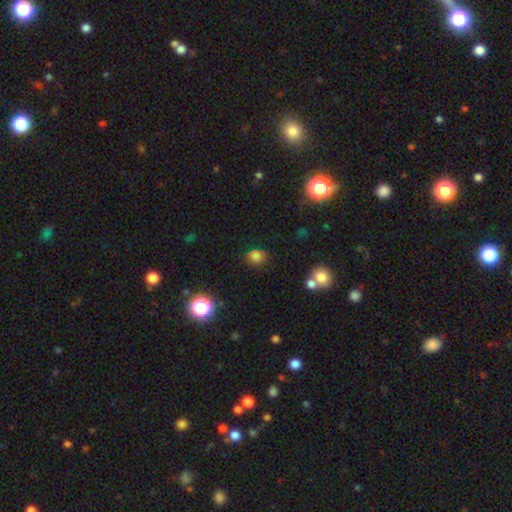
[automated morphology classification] Overall: smooth (76%). How rounded: round (66%; in between 33%). Merging: none (77%).